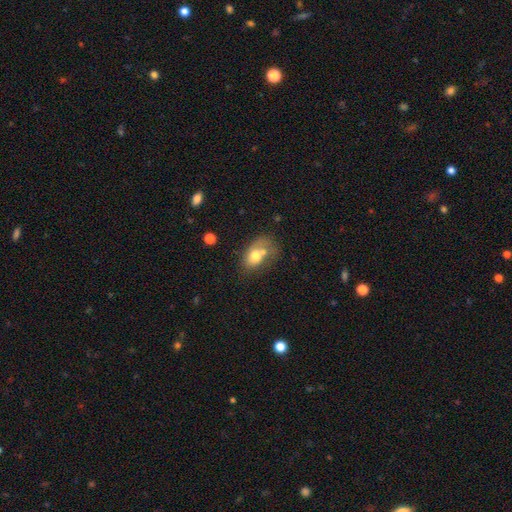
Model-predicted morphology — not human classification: A smooth galaxy with no disk features (68%) that is in between round and cigar-shaped (78%). Merging: merger (38%).